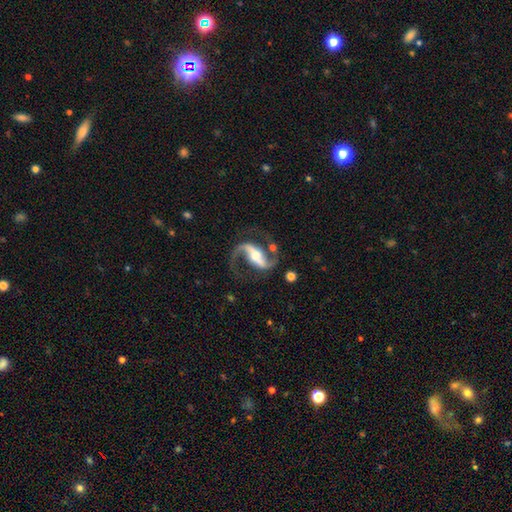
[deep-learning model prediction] The model was most divided on "spiral winding": loose: 49%, medium: 43%, tight: 8%. More confident: spiral arms — yes (98%); edge-on disk — no (96%); spiral arm count — 2 (93%); smooth or featured — featured or disk (92%); merging — none (74%); bar — strong (61%); bulge size — moderate (57%).